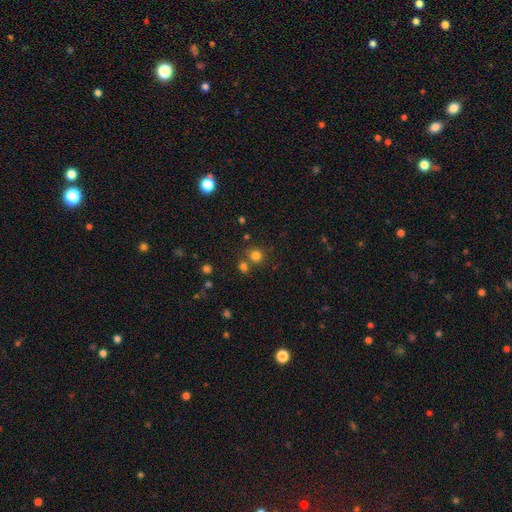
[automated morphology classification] A smooth galaxy with no disk features (78%) that is round (86%).

Vote fractions:
- Smooth or featured? smooth: 78% / star or artifact: 16% / featured or disk: 6%
- How rounded? round: 86% / in between: 13% / cigar-shaped: 1%
- Merging? none: 66% / merger: 22% / minor disturbance: 8% / major disturbance: 4%